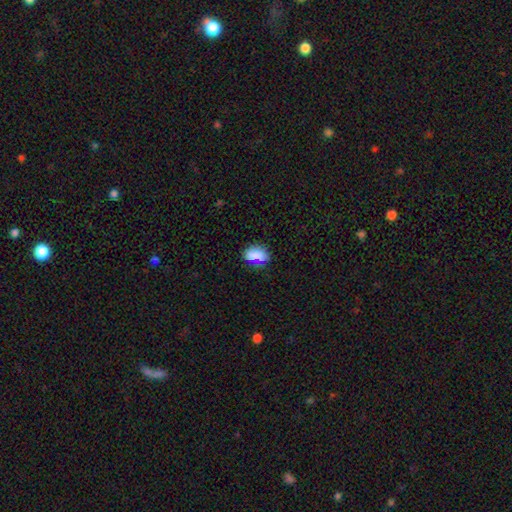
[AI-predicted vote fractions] Smooth or featured: smooth — 80% (star or artifact — 12%)
How rounded: in between — 80% (round — 17%)
Merging: none — 68% (minor disturbance — 21%)